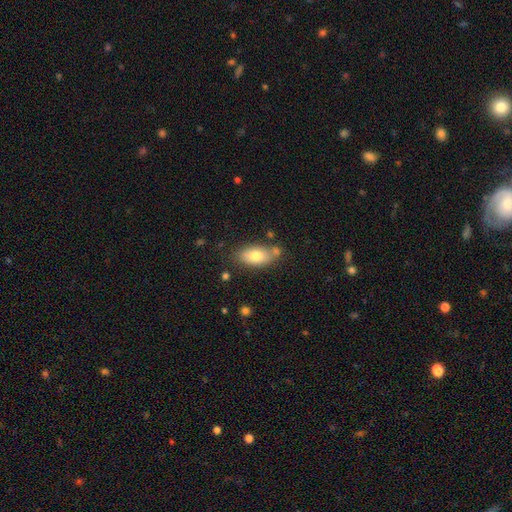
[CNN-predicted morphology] Smooth or featured? smooth (75%)
How rounded? in between (89%)
Merging? none (66%)